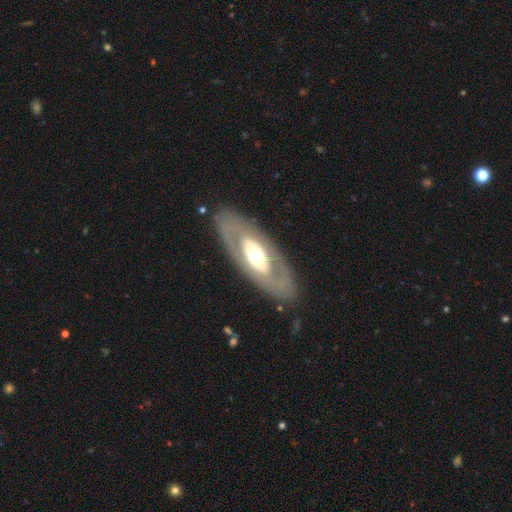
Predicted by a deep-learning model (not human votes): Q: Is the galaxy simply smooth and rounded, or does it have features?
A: featured or disk — 61%.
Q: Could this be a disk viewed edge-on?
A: no — 85%.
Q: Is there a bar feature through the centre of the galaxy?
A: no — 80%.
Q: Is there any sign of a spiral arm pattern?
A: no — 86%.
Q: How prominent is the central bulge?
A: moderate — 57%.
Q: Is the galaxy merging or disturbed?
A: none — 83%.